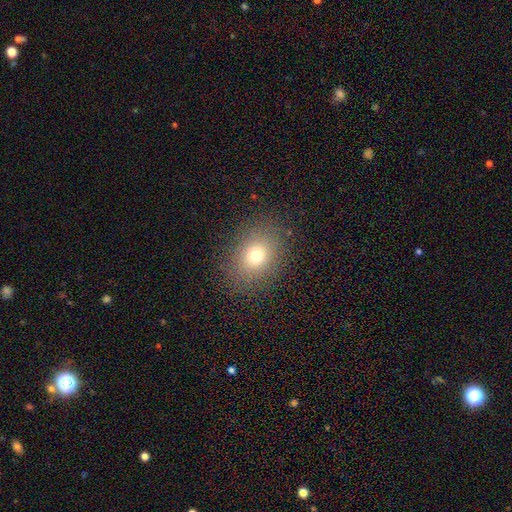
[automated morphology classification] This appears to be a smooth galaxy with no disk features (72%) that is in between round and cigar-shaped (52%). Merging: none (84%).